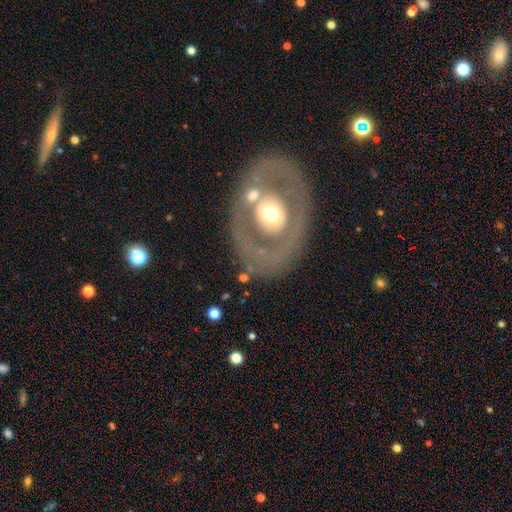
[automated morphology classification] A featured or disk galaxy (70%) with no bar (78%), no spiral arms (74%) and a moderate central bulge (66%).

Vote fractions:
- Smooth or featured? featured or disk: 70% / smooth: 23% / star or artifact: 6%
- Edge-on disk? no: 93% / yes: 7%
- Bar? no: 78% / weak: 14% / strong: 7%
- Spiral arms? no: 74% / yes: 26%
- Bulge size? moderate: 66% / small: 18% / large: 13% / dominant: 2% / none: 1%
- Merging? none: 76% / minor disturbance: 13% / major disturbance: 8% / merger: 3%